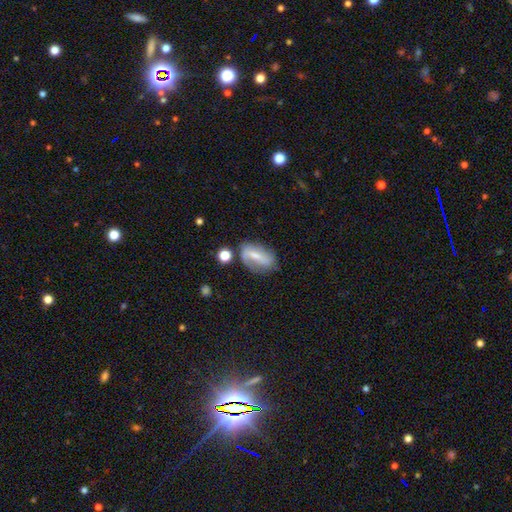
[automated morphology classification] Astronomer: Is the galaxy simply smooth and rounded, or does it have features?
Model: featured or disk — 49% (runner-up: smooth, 42%).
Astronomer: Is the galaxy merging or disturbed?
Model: none — 54%.